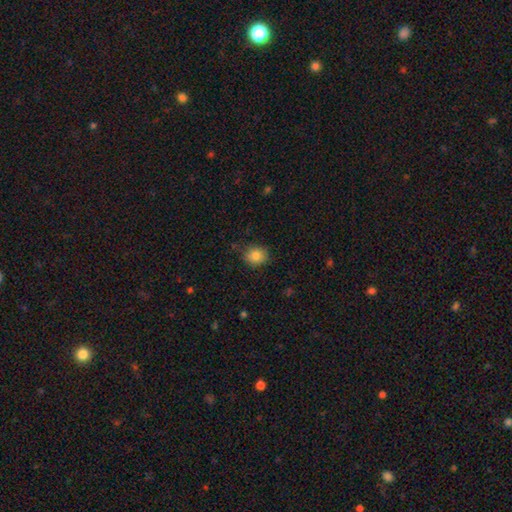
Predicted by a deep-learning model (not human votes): Smooth or featured? Predicted: smooth (p=0.84). How rounded? Predicted: round (p=0.72). Merging? Predicted: none (p=0.83).